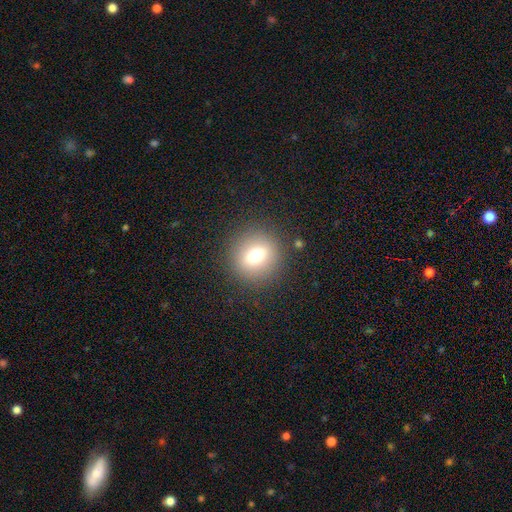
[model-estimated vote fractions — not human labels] smooth_or_featured: smooth (p=0.70) [alt: featured or disk p=0.17]
how_rounded: round (p=0.82) [alt: in between p=0.17]
merging: none (p=0.87) [alt: minor disturbance p=0.08]